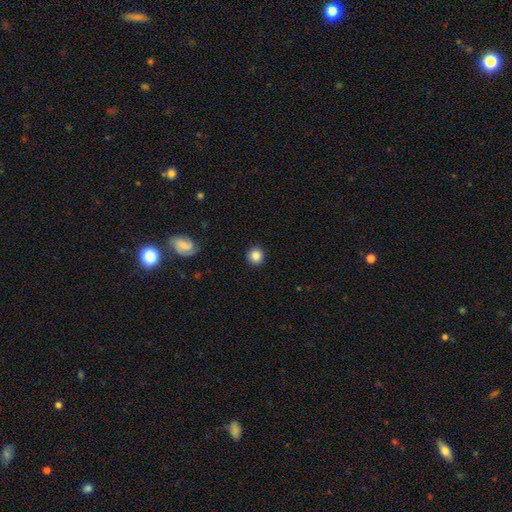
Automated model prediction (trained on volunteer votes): This appears to be a smooth galaxy with no disk features (85%) that is round (91%). Merging: none (89%).